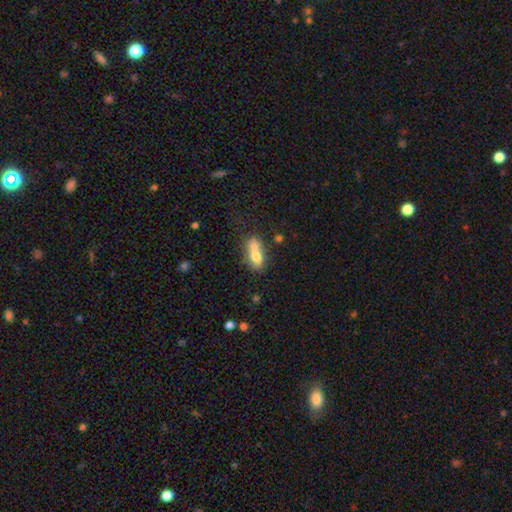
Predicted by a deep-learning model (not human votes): The model was most divided on "merging": merger: 45%, none: 32%, minor disturbance: 15%, major disturbance: 8%. More confident: how rounded — in between (76%); smooth or featured — smooth (70%).